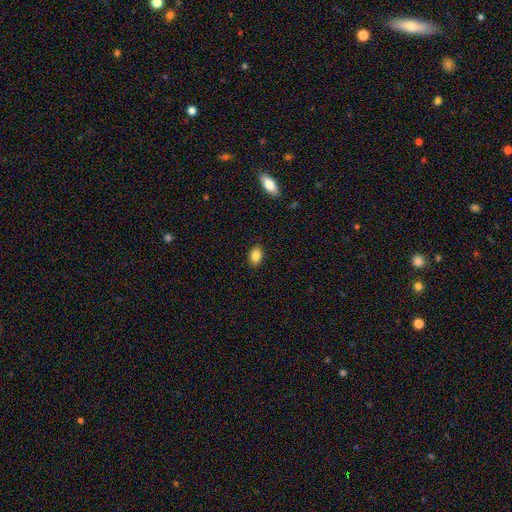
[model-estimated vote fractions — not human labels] Overall: smooth (86%). How rounded: in between (82%). Merging: none (88%).